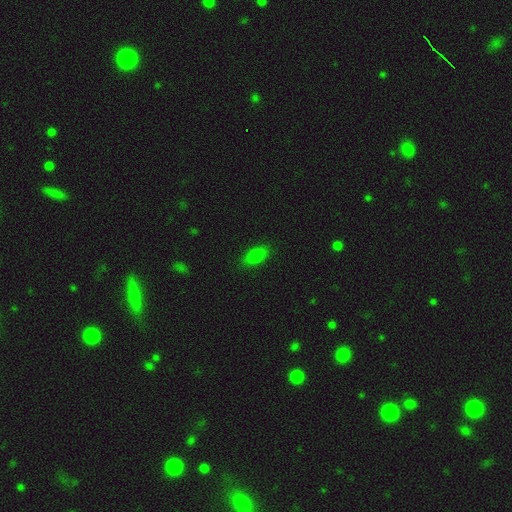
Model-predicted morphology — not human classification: Smooth or featured? Predicted: smooth (p=0.81). How rounded? Predicted: in between (p=0.86). Merging? Predicted: none (p=0.85).